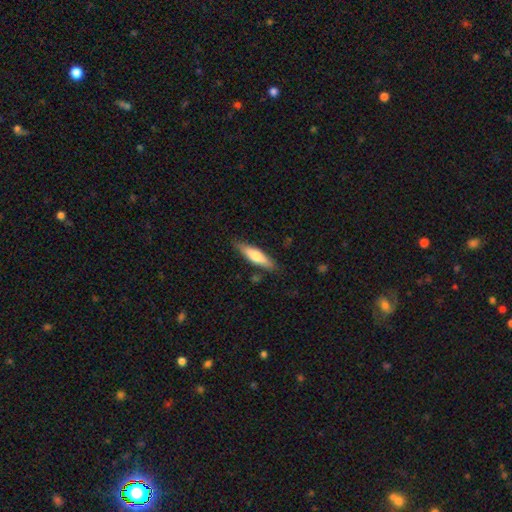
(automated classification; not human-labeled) smooth 66%, featured or disk 29%, star or artifact 6%. Down the decision tree: how rounded — cigar-shaped (71%); merging — none (83%).